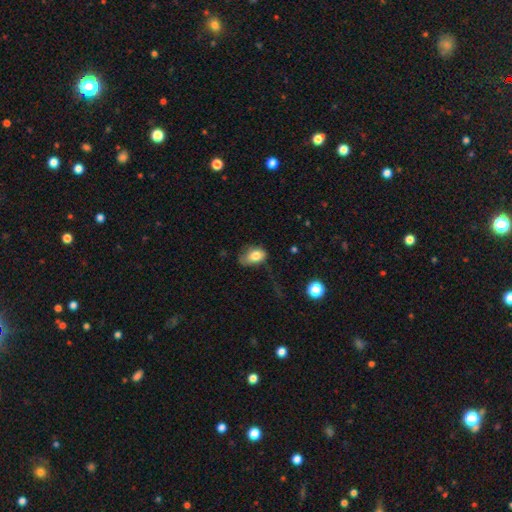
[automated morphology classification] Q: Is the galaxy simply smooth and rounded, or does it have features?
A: smooth — 79%.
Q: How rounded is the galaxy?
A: in between — 84%.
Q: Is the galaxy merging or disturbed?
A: none — 40%.